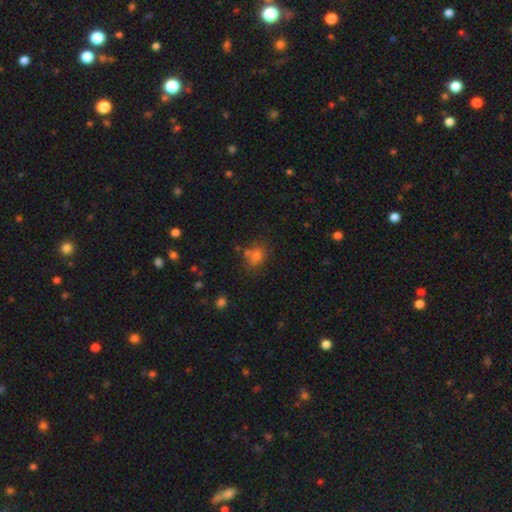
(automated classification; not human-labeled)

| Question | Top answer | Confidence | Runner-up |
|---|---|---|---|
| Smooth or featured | smooth | 70% | star or artifact (20%) |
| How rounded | round | 52% | in between (46%) |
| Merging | none | 68% | minor disturbance (14%) |